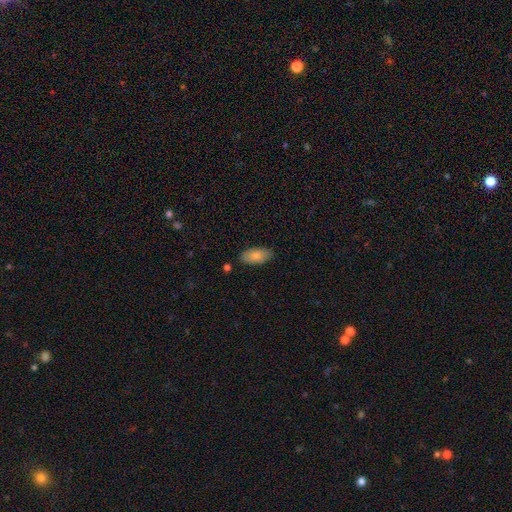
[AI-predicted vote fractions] smooth-or-featured: smooth: 83% | featured or disk: 11% | star or artifact: 6%
  how-rounded: in between: 93% | cigar-shaped: 5% | round: 3%
  merging: none: 84% | minor disturbance: 11% | major disturbance: 2% | merger: 2%